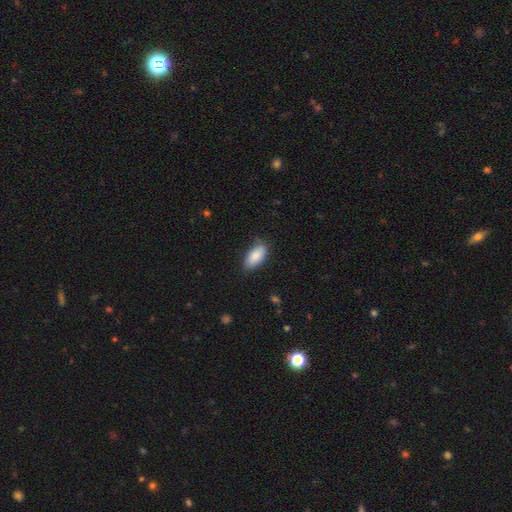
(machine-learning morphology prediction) Smooth or featured?
  - smooth: 86% *
  - featured or disk: 8%
  - star or artifact: 6%
How rounded?
  - in between: 92% *
  - cigar-shaped: 6%
  - round: 2%
Merging?
  - none: 75% *
  - minor disturbance: 20%
  - major disturbance: 4%
  - merger: 1%